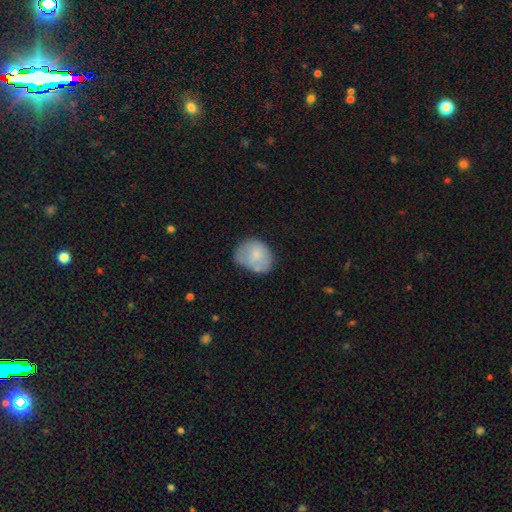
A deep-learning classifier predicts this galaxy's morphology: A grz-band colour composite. It shows a smooth galaxy with no disk features (73%) that is in between round and cigar-shaped (58%). Merging: none (46%).